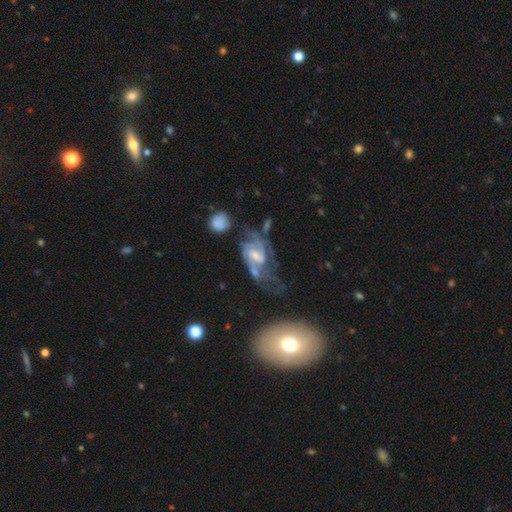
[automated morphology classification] Q: Smooth or featured?
A: featured or disk (84%); runner-up: smooth (9%)
Q: Edge-on disk?
A: no (96%); runner-up: yes (4%)
Q: Bar?
A: weak (51%); runner-up: no (28%)
Q: Spiral arms?
A: yes (92%); runner-up: no (8%)
Q: Spiral winding?
A: medium (47%); runner-up: tight (30%)
Q: Spiral arm count?
A: 2 (62%); runner-up: can't tell (17%)
Q: Bulge size?
A: small (45%); runner-up: moderate (40%)
Q: Merging?
A: none (34%); runner-up: major disturbance (28%)